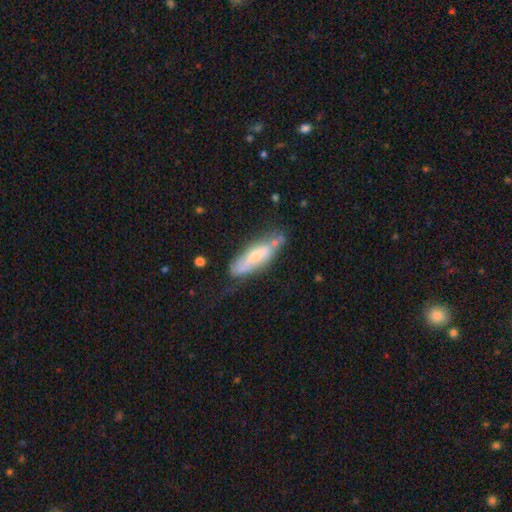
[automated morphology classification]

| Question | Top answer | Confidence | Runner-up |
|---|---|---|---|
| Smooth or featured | smooth | 47% | featured or disk (46%) |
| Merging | none | 55% | minor disturbance (27%) |